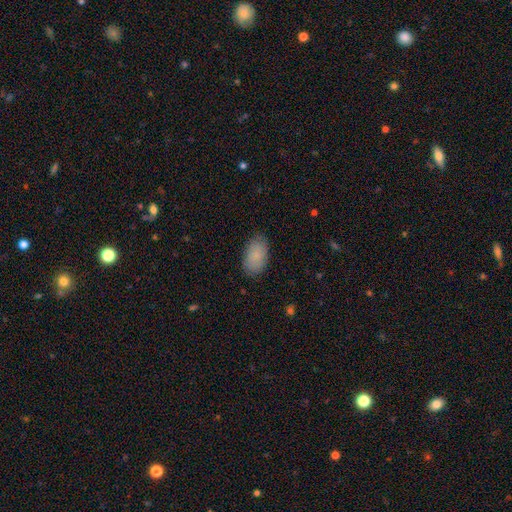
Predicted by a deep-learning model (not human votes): This is clearly a smooth galaxy (88%). How rounded: clearly in between (94%). Merging: clearly none (84%).